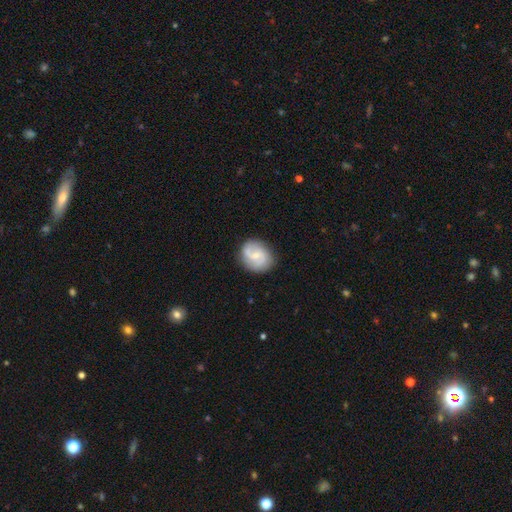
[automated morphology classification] smooth-or-featured: featured or disk: 68% | smooth: 26% | star or artifact: 6%
  disk-edge-on: no: 98% | yes: 2%
    bar: weak: 48% | no: 43% | strong: 9%
    has-spiral-arms: yes: 92% | no: 8%
      spiral-winding: medium: 46% | loose: 32% | tight: 23%
      spiral-arm-count: 2: 82% | can't tell: 9% | 1: 3% | 3: 3% | 4: 1% | more than 4: 1%
    bulge-size: small: 62% | moderate: 30% | none: 5% | large: 2% | dominant: 1%
  merging: none: 81% | minor disturbance: 14% | major disturbance: 4% | merger: 1%